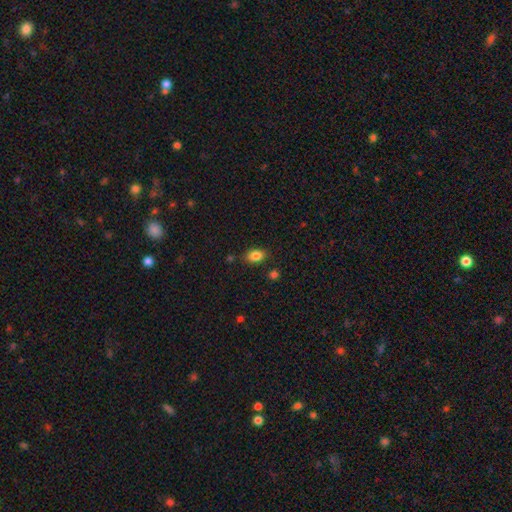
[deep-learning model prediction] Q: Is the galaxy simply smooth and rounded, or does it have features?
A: smooth — 84%.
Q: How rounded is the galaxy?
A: in between — 81%.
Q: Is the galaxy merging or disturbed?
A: none — 82%.